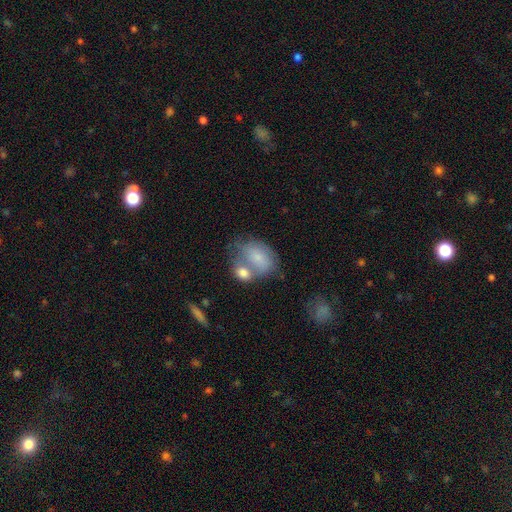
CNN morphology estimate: smooth 69%, featured or disk 24%, star or artifact 7%. Down the decision tree: how rounded — in between (72%); merging — merger (50%).